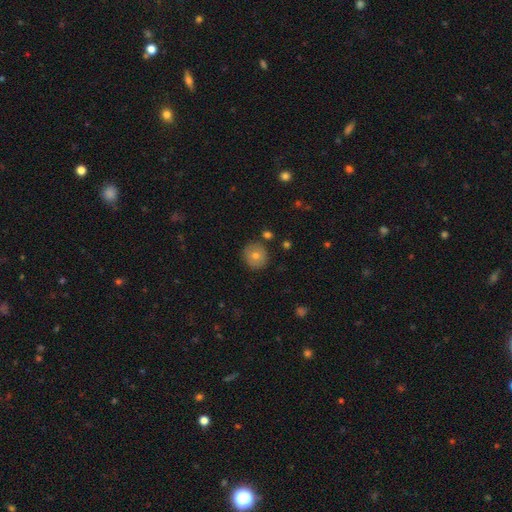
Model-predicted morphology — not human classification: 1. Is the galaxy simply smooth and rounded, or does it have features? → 77% smooth, 14% featured or disk, 9% star or artifact.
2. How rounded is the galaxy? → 90% round, 9% in between, 1% cigar-shaped.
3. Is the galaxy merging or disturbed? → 86% none, 9% minor disturbance, 3% merger, 2% major disturbance.